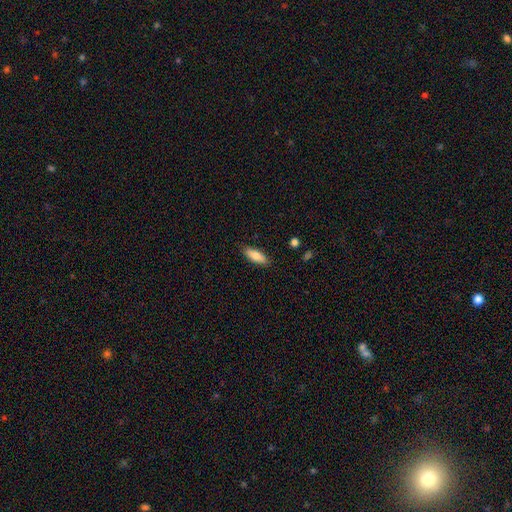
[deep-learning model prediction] Smooth or featured?
  - smooth: 81% *
  - featured or disk: 13%
  - star or artifact: 6%
How rounded?
  - in between: 65% *
  - cigar-shaped: 33%
  - round: 2%
Merging?
  - none: 86% *
  - minor disturbance: 10%
  - major disturbance: 2%
  - merger: 1%